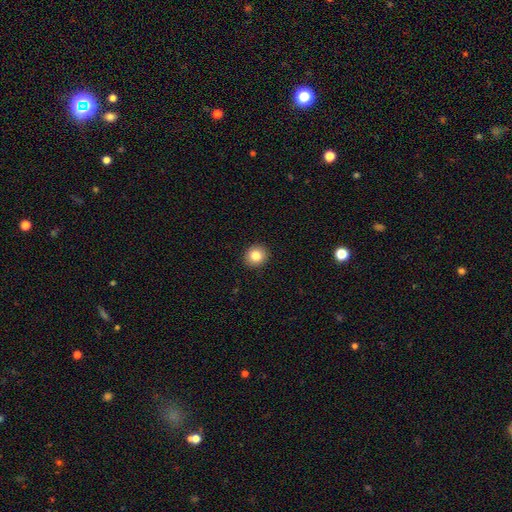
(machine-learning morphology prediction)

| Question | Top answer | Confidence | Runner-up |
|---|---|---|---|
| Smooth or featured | smooth | 84% | star or artifact (10%) |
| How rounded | round | 81% | in between (18%) |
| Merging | none | 92% | minor disturbance (6%) |